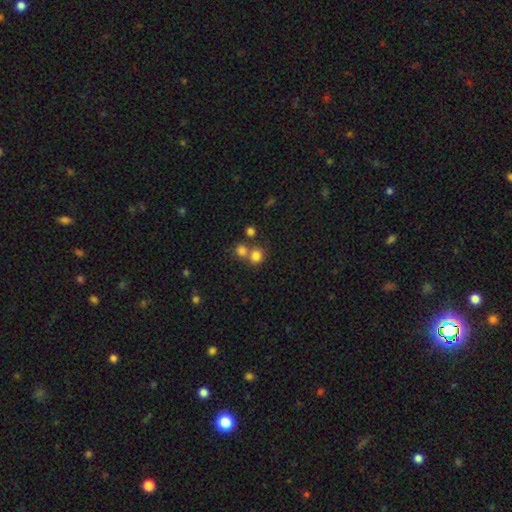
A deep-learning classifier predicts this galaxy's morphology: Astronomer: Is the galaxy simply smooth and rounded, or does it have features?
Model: smooth — 79%.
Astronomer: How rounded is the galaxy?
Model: round — 76%.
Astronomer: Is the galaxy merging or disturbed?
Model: none — 53% (runner-up: merger, 35%).